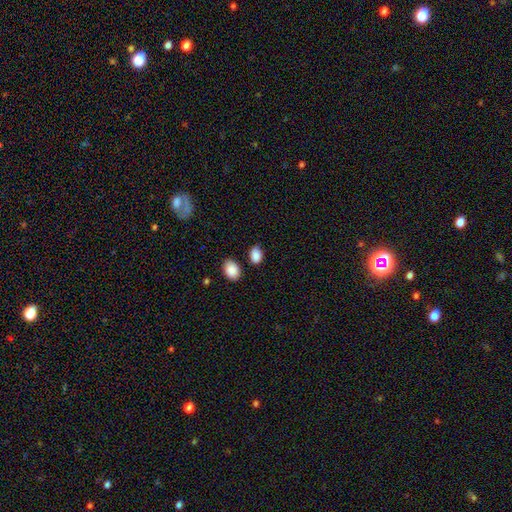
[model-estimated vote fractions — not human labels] Overall: smooth (88%). How rounded: in between (82%). Merging: none (75%).